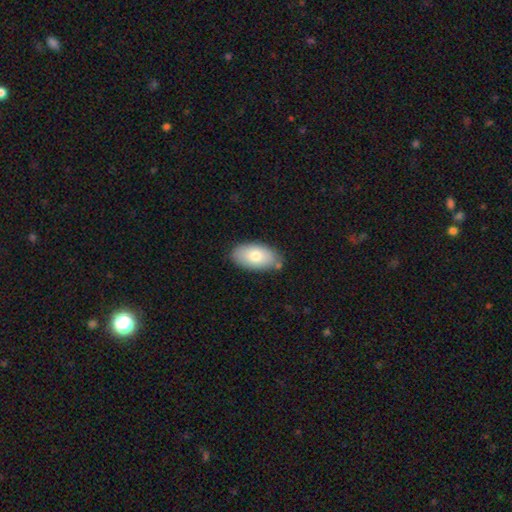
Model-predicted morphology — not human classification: Overall: smooth (76%). How rounded: in between (94%). Merging: none (79%).